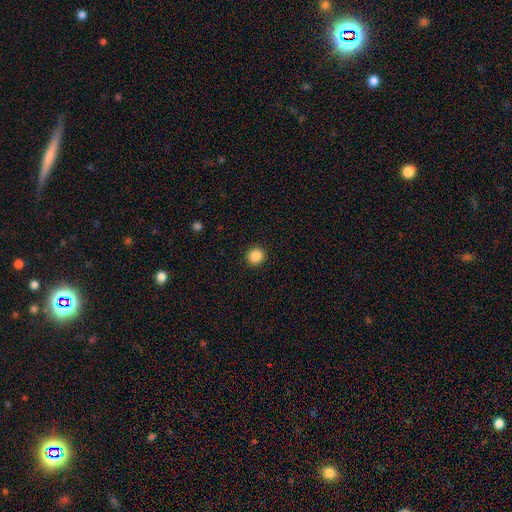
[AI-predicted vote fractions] Morphology: type=smooth (87%); roundness=round (89%); merging=none (92%).